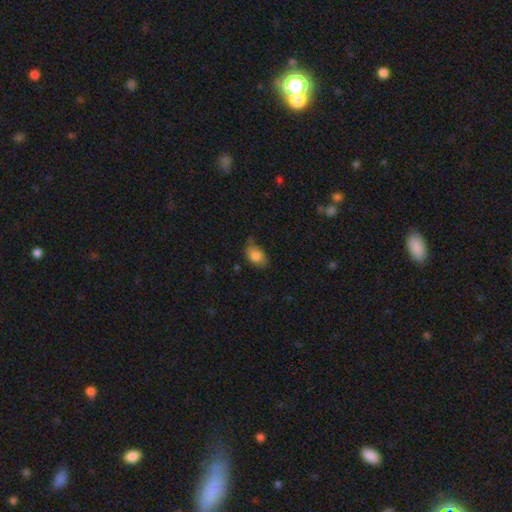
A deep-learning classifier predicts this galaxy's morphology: Overall: smooth (81%). How rounded: in between (85%). Merging: none (63%; minor disturbance 28%).